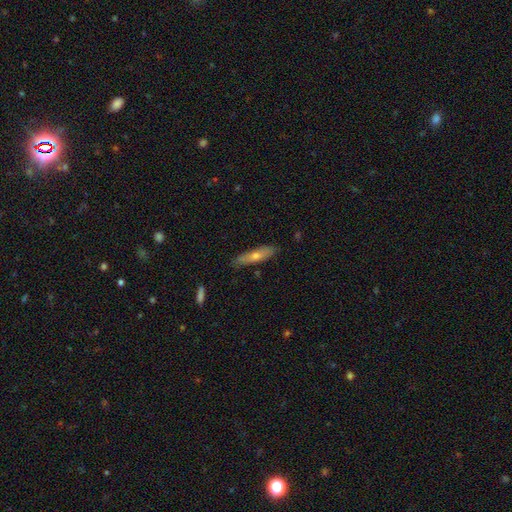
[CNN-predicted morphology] Overall: smooth (52%; featured or disk 41%). How rounded: cigar-shaped (82%). Merging: none (86%).